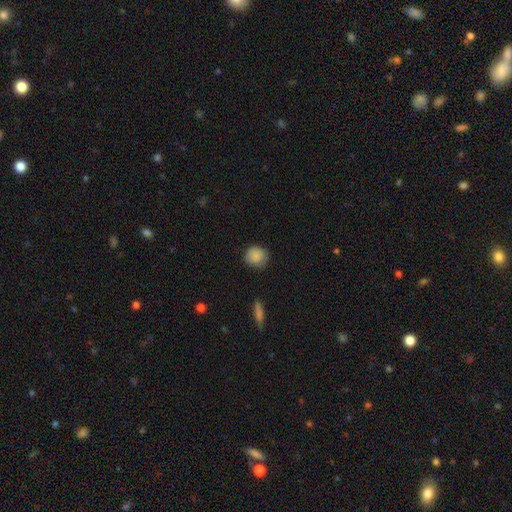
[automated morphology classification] This appears to be a smooth galaxy with no disk features (84%) that is round (82%). Merging: none (75%).